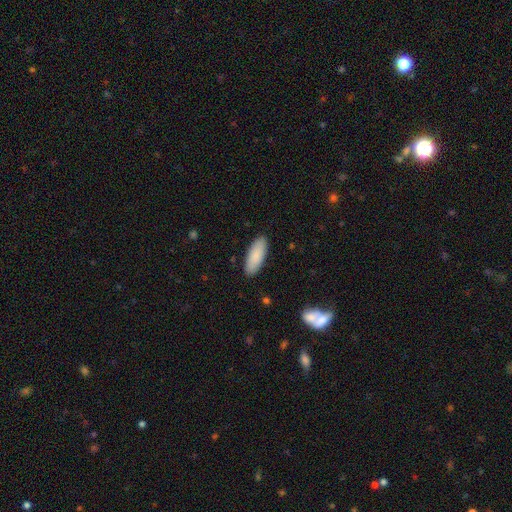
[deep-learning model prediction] This is clearly a smooth galaxy (88%). How rounded: likely in between (74%). Merging: clearly none (89%).